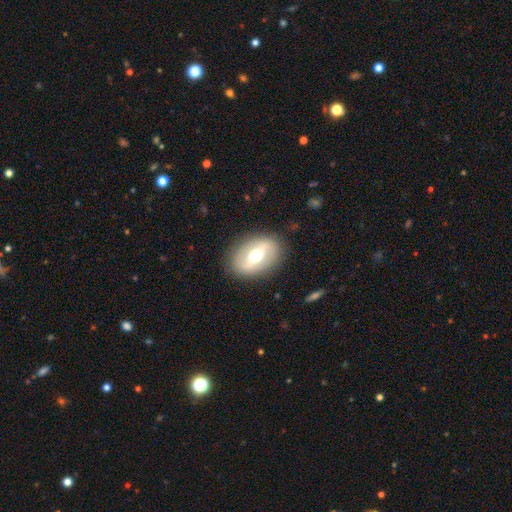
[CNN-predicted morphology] This appears to be a featured or disk galaxy (58%). Merging: none (84%).